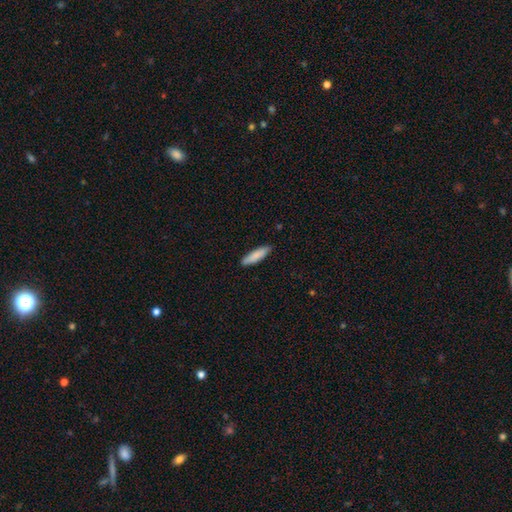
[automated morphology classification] smooth 85%, featured or disk 10%, star or artifact 5%. Down the decision tree: how rounded — cigar-shaped (69%); merging — none (88%).